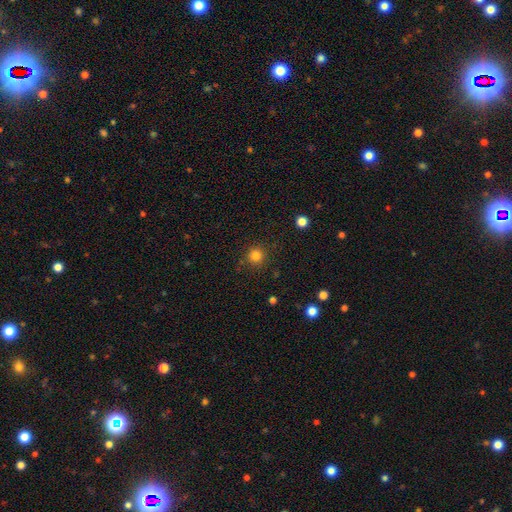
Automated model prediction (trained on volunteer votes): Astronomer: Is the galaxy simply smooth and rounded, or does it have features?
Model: smooth — 82%.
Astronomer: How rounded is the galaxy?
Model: round — 94%.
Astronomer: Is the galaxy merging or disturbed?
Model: none — 88%.